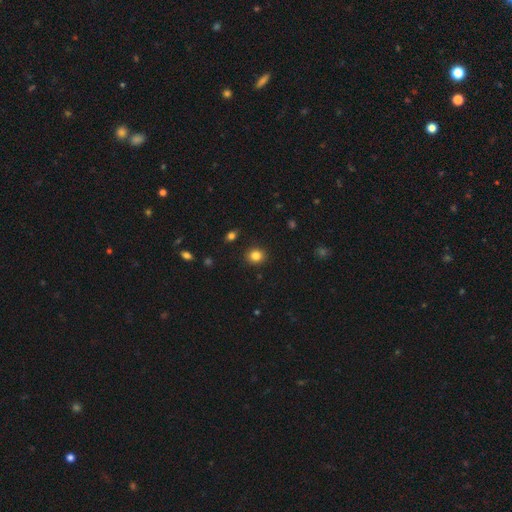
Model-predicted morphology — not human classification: Smooth or featured?
  - smooth: 84% *
  - star or artifact: 11%
  - featured or disk: 5%
How rounded?
  - round: 82% *
  - in between: 17%
  - cigar-shaped: 1%
Merging?
  - none: 90% *
  - minor disturbance: 6%
  - major disturbance: 2%
  - merger: 1%